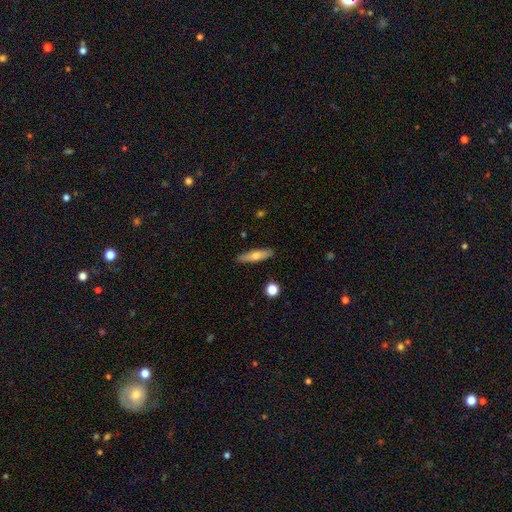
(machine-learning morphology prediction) A smooth galaxy with no disk features (65%) that is cigar-shaped (71%).

Vote fractions:
- Smooth or featured? smooth: 65% / featured or disk: 28% / star or artifact: 7%
- How rounded? cigar-shaped: 71% / in between: 27% / round: 2%
- Merging? none: 86% / minor disturbance: 10% / major disturbance: 2% / merger: 2%